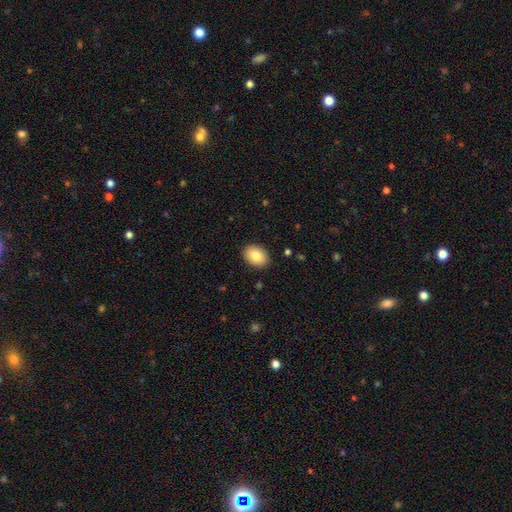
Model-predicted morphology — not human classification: Smooth or featured? smooth (85%)
How rounded? in between (73%)
Merging? none (90%)